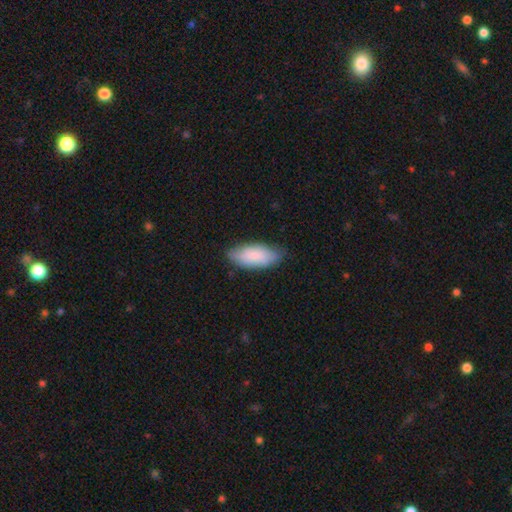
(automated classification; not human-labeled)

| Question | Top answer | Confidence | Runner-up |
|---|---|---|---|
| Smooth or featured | smooth | 80% | featured or disk (14%) |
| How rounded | in between | 87% | cigar-shaped (11%) |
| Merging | none | 74% | minor disturbance (21%) |